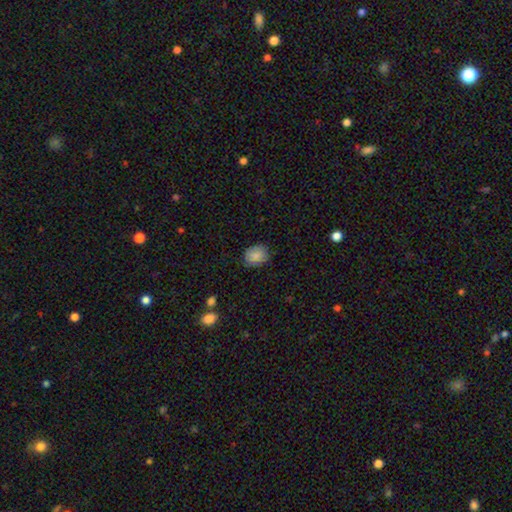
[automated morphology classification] Smooth or featured: smooth — 86% (star or artifact — 8%)
How rounded: round — 50% (in between — 49%)
Merging: none — 79% (minor disturbance — 17%)